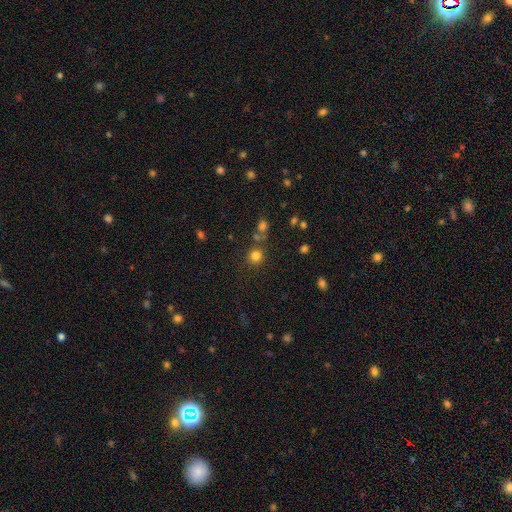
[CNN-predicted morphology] smooth 79%, star or artifact 15%, featured or disk 5%. Down the decision tree: how rounded — round (90%); merging — none (75%).